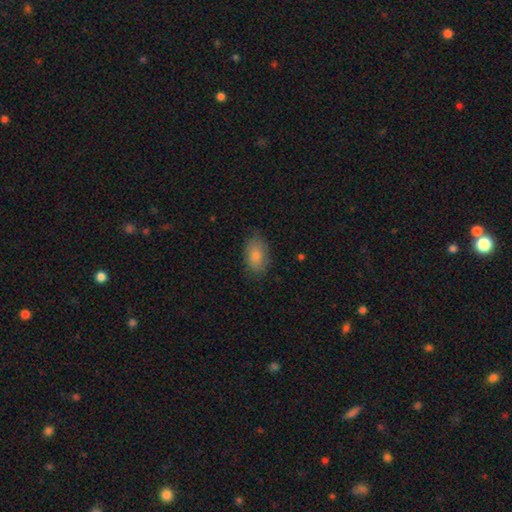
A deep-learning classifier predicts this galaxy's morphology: This is likely a smooth galaxy (80%). How rounded: clearly in between (88%). Merging: clearly none (81%).